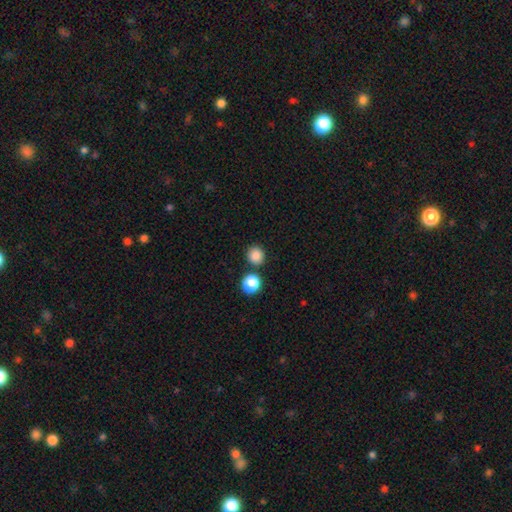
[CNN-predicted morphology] This is clearly a smooth galaxy (86%). How rounded: clearly round (90%). Merging: clearly none (80%).